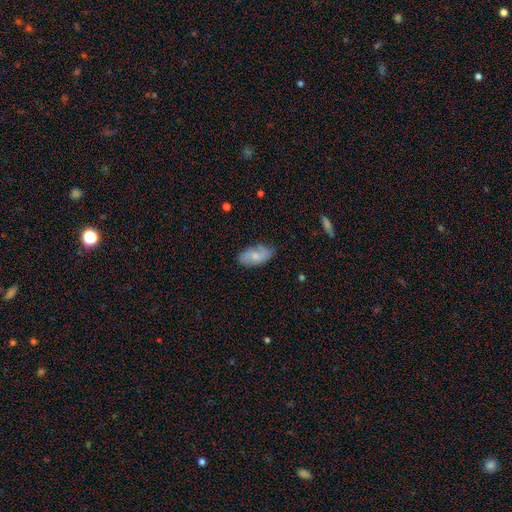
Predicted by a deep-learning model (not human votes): A smooth galaxy with no disk features (57%) that is in between round and cigar-shaped (93%).

Vote fractions:
- Smooth or featured? smooth: 57% / featured or disk: 36% / star or artifact: 7%
- How rounded? in between: 93% / round: 4% / cigar-shaped: 3%
- Merging? none: 72% / minor disturbance: 22% / major disturbance: 5% / merger: 2%